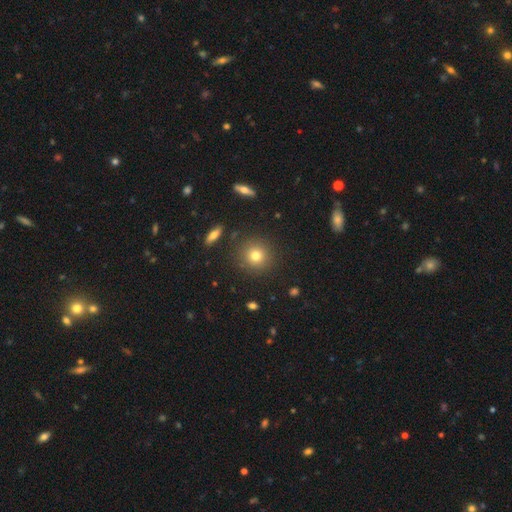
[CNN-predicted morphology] The model was most divided on "smooth or featured": smooth: 76%, star or artifact: 14%, featured or disk: 10%. More confident: how rounded — round (93%); merging — none (89%).